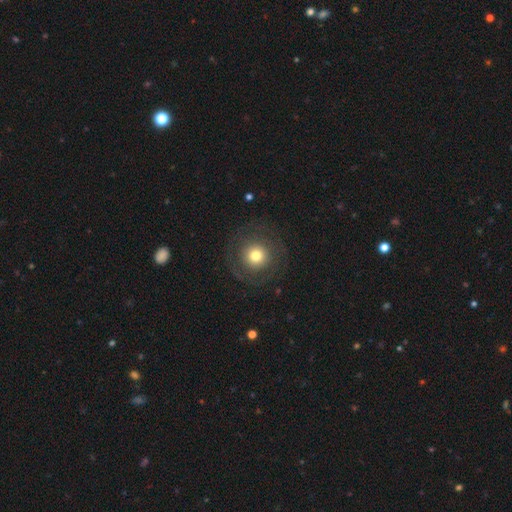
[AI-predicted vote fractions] smooth-or-featured: smooth: 64% | featured or disk: 24% | star or artifact: 12%
  how-rounded: round: 95% | in between: 4% | cigar-shaped: 1%
  merging: none: 82% | minor disturbance: 9% | major disturbance: 8% | merger: 1%